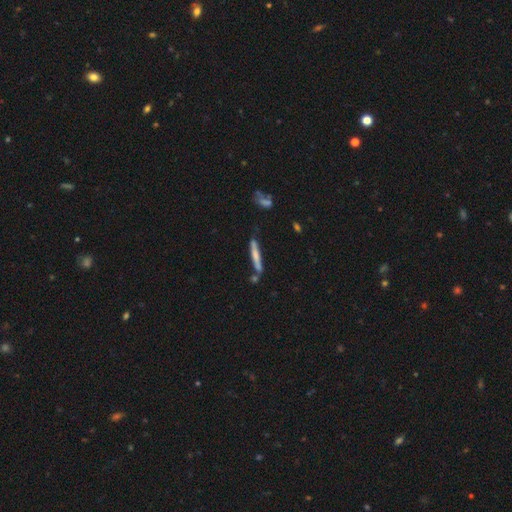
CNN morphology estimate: Overall: smooth (59%; featured or disk 34%). How rounded: cigar-shaped (94%). Merging: none (68%).